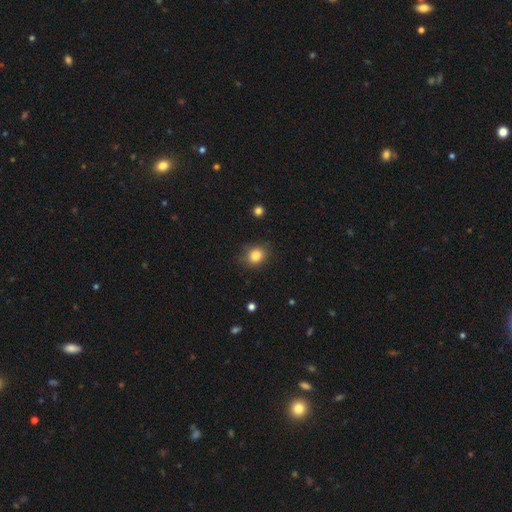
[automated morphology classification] This is clearly a smooth galaxy (83%). How rounded: likely round (68%). Merging: clearly none (81%).